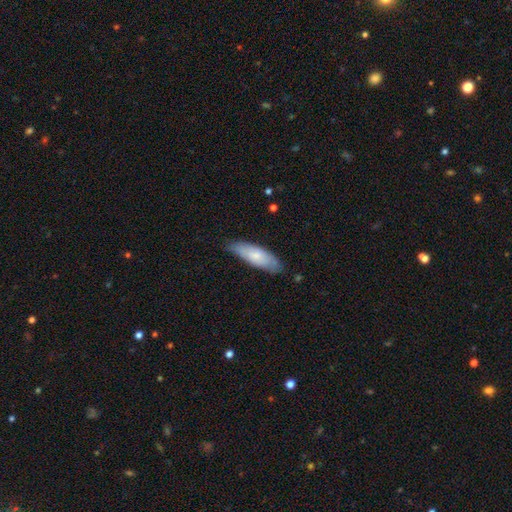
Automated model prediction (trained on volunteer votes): Q: Smooth or featured?
A: smooth (73%); runner-up: featured or disk (22%)
Q: How rounded?
A: in between (58%); runner-up: cigar-shaped (41%)
Q: Merging?
A: none (73%); runner-up: minor disturbance (22%)